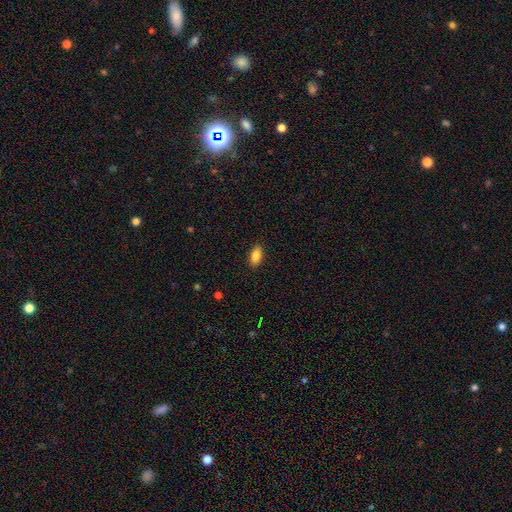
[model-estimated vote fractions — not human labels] This is clearly a smooth galaxy (86%). How rounded: clearly in between (90%). Merging: clearly none (88%).